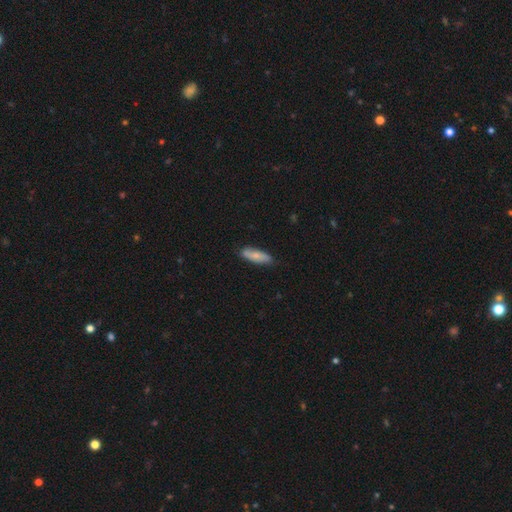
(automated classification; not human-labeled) A smooth galaxy with no disk features (71%) that is in between round and cigar-shaped (54%). Merging: none (80%).